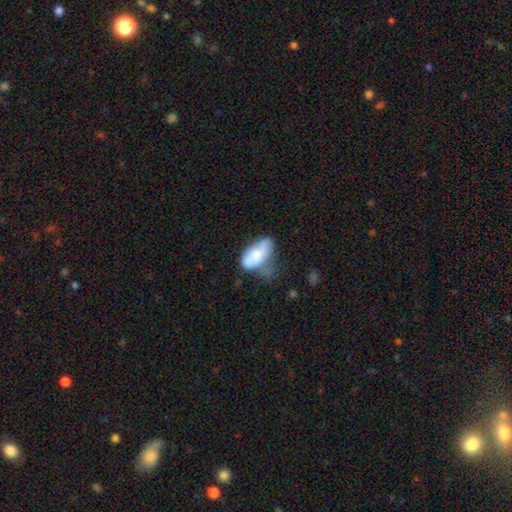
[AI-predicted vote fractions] Q: Smooth or featured?
A: smooth (68%); runner-up: featured or disk (24%)
Q: How rounded?
A: in between (91%); runner-up: cigar-shaped (5%)
Q: Merging?
A: minor disturbance (33%); runner-up: none (30%)